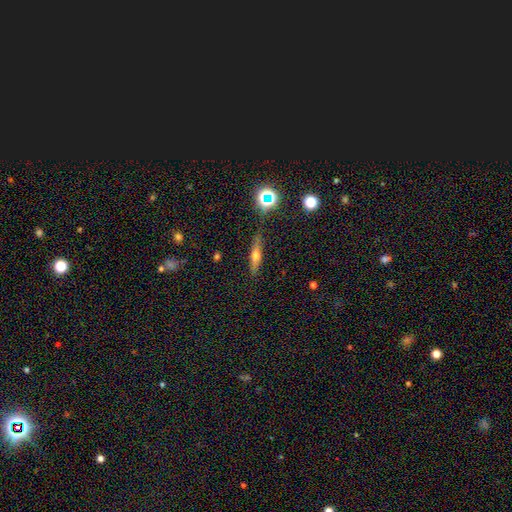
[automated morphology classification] A smooth galaxy with no disk features (48%). Merging: none (82%).